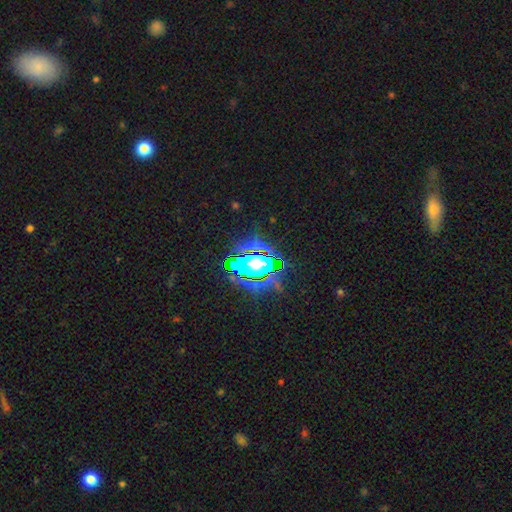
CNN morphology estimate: star or artifact 56%, smooth 25%, featured or disk 20%.